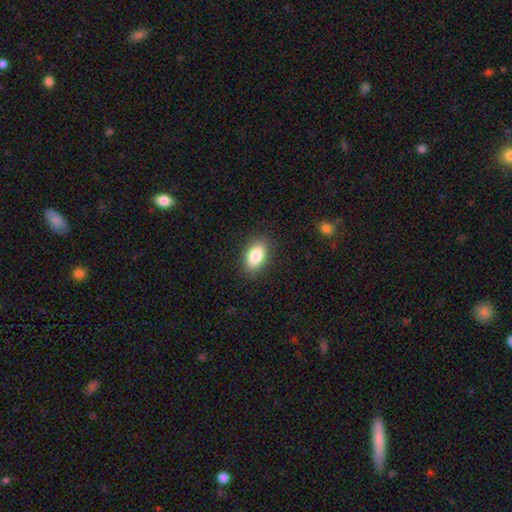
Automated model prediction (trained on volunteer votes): Q: Smooth or featured?
A: smooth (85%); runner-up: star or artifact (7%)
Q: How rounded?
A: in between (91%); runner-up: round (6%)
Q: Merging?
A: none (87%); runner-up: minor disturbance (9%)